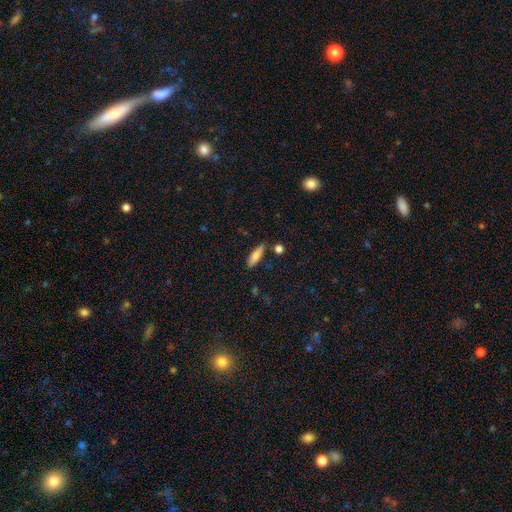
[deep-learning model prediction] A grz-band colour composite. It shows a smooth galaxy with no disk features (79%) that is in between round and cigar-shaped (50%). Merging: none (74%).